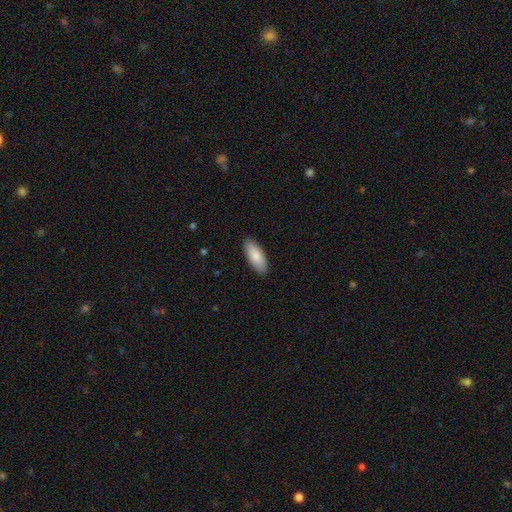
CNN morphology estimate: This appears to be a smooth galaxy with no disk features (87%) that is in between round and cigar-shaped (78%). Merging: none (89%).